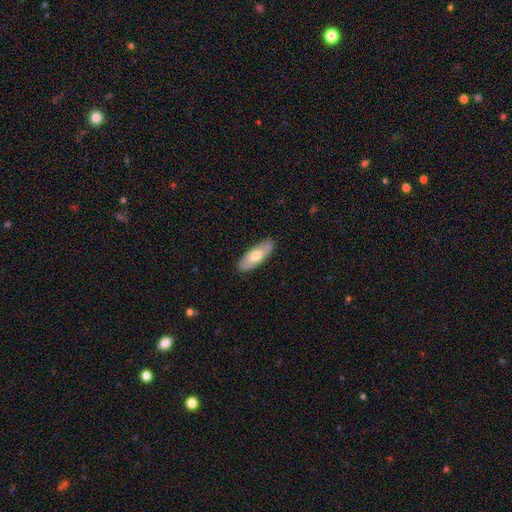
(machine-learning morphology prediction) Q: Smooth or featured?
A: smooth (64%); runner-up: featured or disk (31%)
Q: How rounded?
A: in between (74%); runner-up: cigar-shaped (24%)
Q: Merging?
A: none (88%); runner-up: minor disturbance (9%)